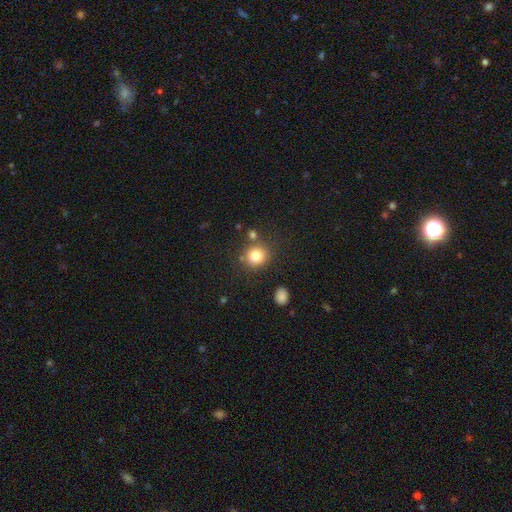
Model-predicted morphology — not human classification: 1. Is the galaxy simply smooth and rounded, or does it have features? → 82% smooth, 11% star or artifact, 7% featured or disk.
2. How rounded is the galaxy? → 87% round, 12% in between, 1% cigar-shaped.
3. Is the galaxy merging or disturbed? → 77% none, 10% merger, 10% minor disturbance, 4% major disturbance.